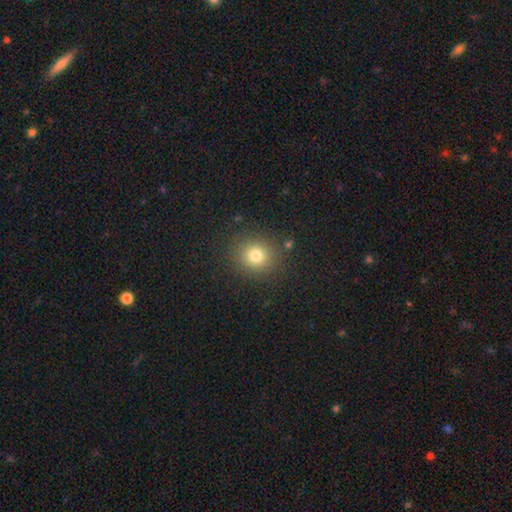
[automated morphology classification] smooth_or_featured: smooth (p=0.78) [alt: star or artifact p=0.15]
how_rounded: round (p=0.87) [alt: in between p=0.12]
merging: none (p=0.88) [alt: minor disturbance p=0.07]